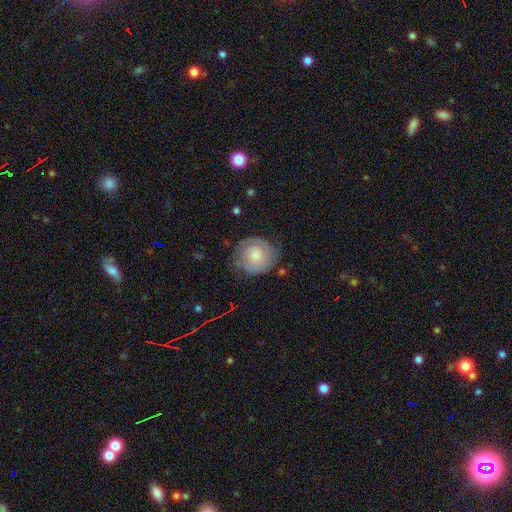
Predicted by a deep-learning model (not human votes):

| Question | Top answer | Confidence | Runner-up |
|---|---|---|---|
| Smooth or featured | featured or disk | 47% | smooth (46%) |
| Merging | none | 70% | minor disturbance (21%) |